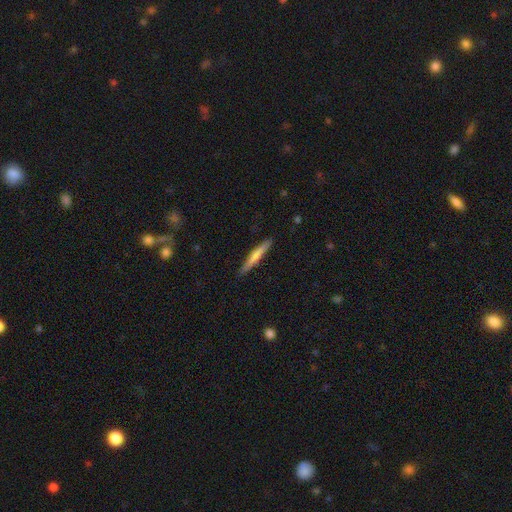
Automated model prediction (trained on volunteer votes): The model was most divided on "smooth or featured": smooth: 62%, featured or disk: 32%, star or artifact: 5%. More confident: how rounded — cigar-shaped (95%); merging — none (89%).